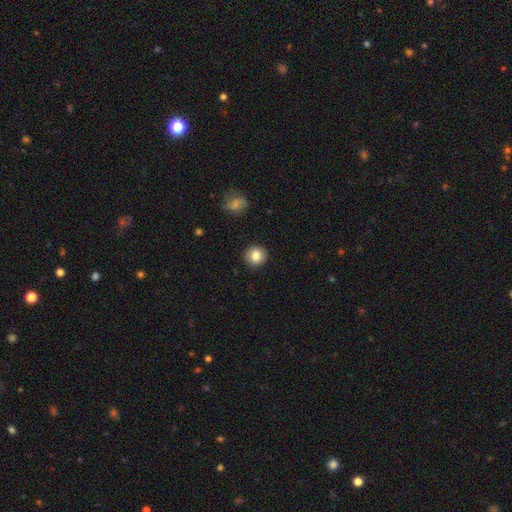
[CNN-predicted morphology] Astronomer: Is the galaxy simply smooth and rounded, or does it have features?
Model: smooth — 83%.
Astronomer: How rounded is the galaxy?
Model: round — 91%.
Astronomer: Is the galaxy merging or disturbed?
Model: none — 90%.